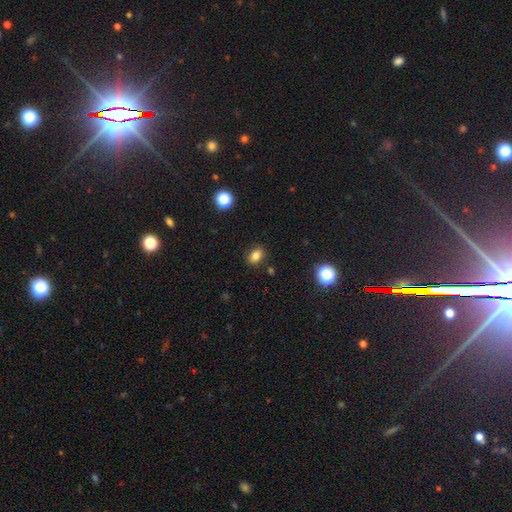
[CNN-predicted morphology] This is likely a smooth galaxy (80%). How rounded: likely in between (72%). Merging: clearly none (84%).